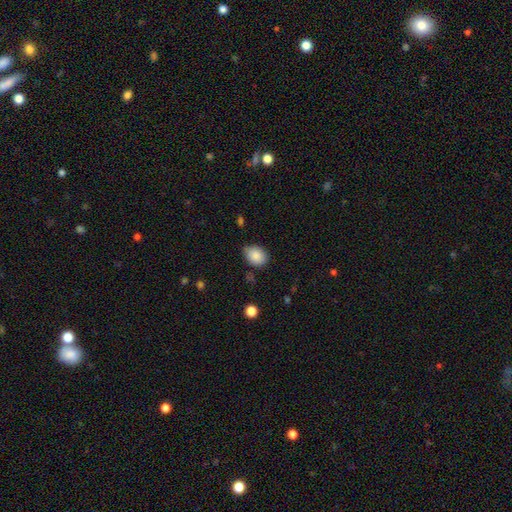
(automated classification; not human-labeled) smooth_or_featured: smooth (p=0.86) [alt: star or artifact p=0.08]
how_rounded: in between (p=0.71) [alt: round p=0.28]
merging: none (p=0.75) [alt: minor disturbance p=0.20]